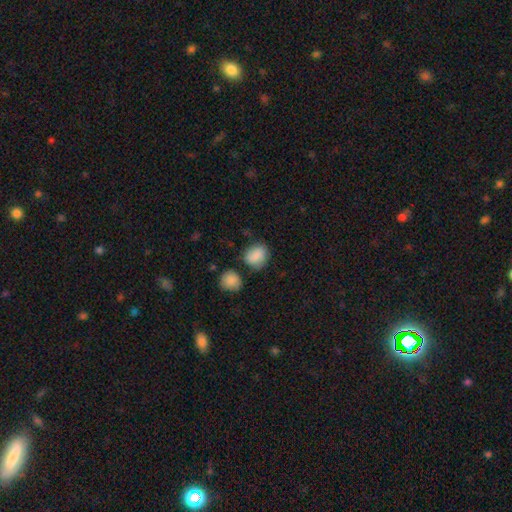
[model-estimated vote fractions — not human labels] This is clearly a smooth galaxy (83%). How rounded: possibly round (57%). Merging: likely none (63%).